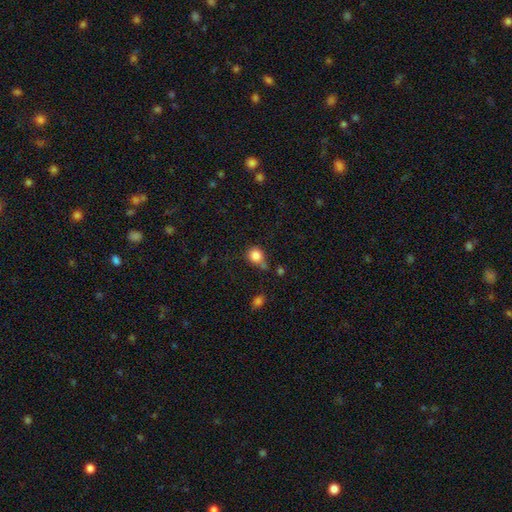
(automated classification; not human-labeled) smooth_or_featured: smooth (p=0.84) [alt: star or artifact p=0.10]
how_rounded: round (p=0.82) [alt: in between p=0.17]
merging: none (p=0.53) [alt: minor disturbance p=0.23]